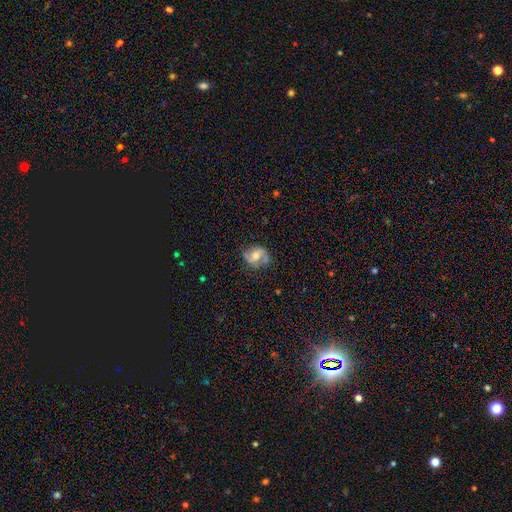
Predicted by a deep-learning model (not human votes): Morphology: type=featured or disk (65%); edge-on=no (97%); bar=no (48%); spiral arms=yes (83%); winding=medium (42%); arm count=2 (86%); bulge=moderate (70%); merging=none (69%).